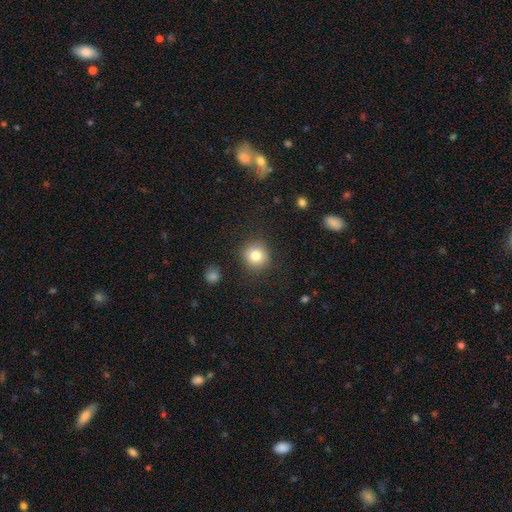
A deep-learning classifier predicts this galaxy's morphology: This appears to be a smooth galaxy with no disk features (81%) that is round (89%). Merging: none (86%).